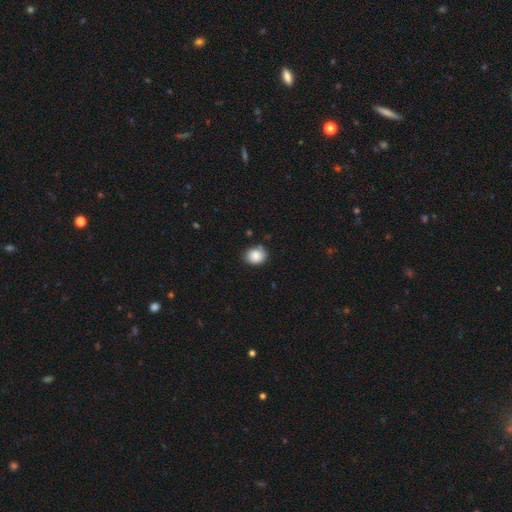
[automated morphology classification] Smooth or featured: smooth — 87% (star or artifact — 8%)
How rounded: round — 57% (in between — 42%)
Merging: none — 79% (minor disturbance — 16%)